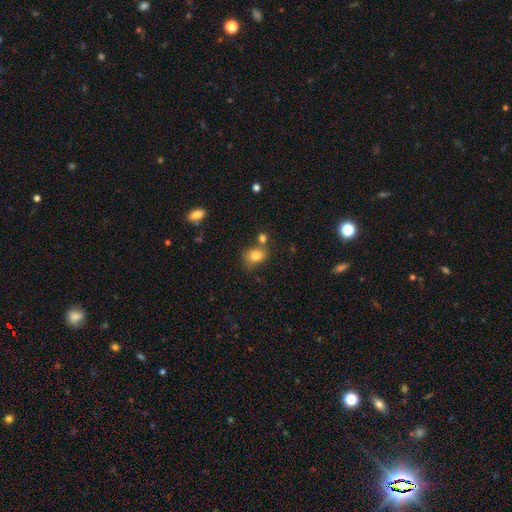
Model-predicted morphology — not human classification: The model was most divided on "how rounded": in between: 53%, round: 46%, cigar-shaped: 1%. More confident: smooth or featured — smooth (81%); merging — none (61%).